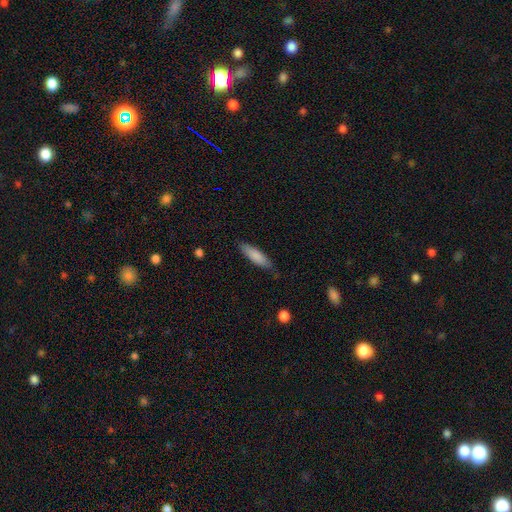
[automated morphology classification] The model was most divided on "how rounded": cigar-shaped: 58%, in between: 41%, round: 1%. More confident: smooth or featured — smooth (84%); merging — none (81%).